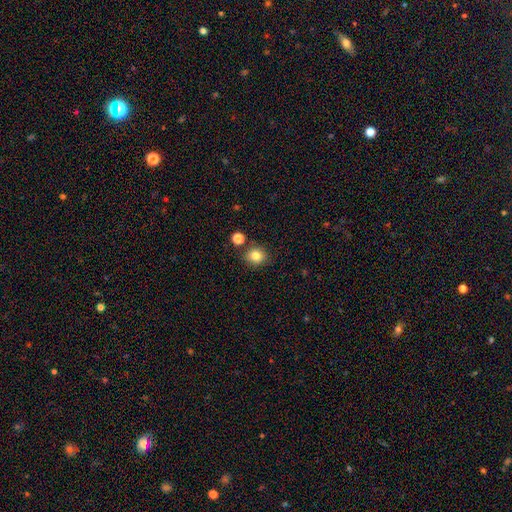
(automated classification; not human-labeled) Smooth or featured?
  - smooth: 83% *
  - star or artifact: 11%
  - featured or disk: 6%
How rounded?
  - round: 81% *
  - in between: 19%
  - cigar-shaped: 1%
Merging?
  - none: 80% *
  - minor disturbance: 9%
  - merger: 7%
  - major disturbance: 3%